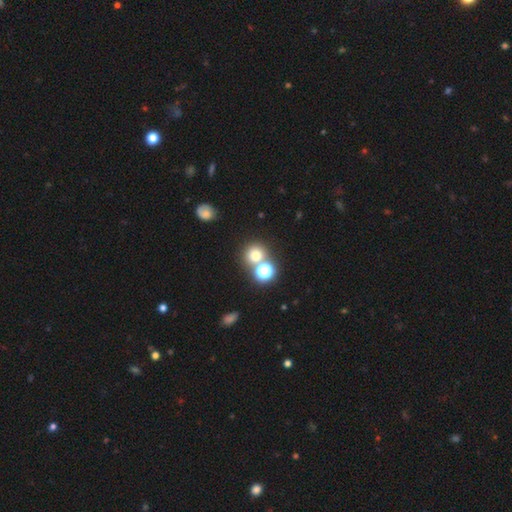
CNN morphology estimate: The model was most divided on "merging": none: 62%, merger: 27%, minor disturbance: 7%, major disturbance: 4%. More confident: how rounded — round (88%); smooth or featured — smooth (71%).